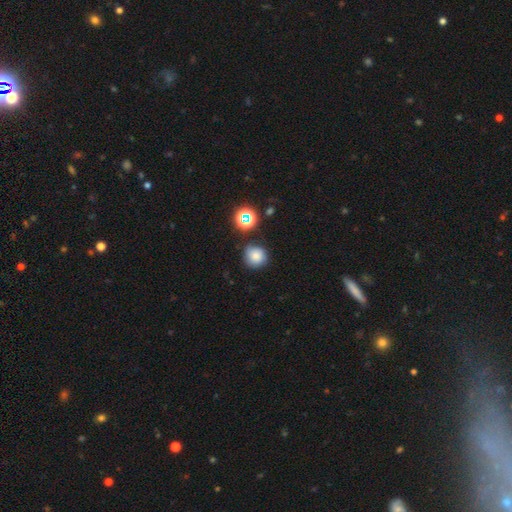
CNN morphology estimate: Smooth or featured?
  - smooth: 78% *
  - star or artifact: 15%
  - featured or disk: 7%
How rounded?
  - round: 91% *
  - in between: 8%
  - cigar-shaped: 1%
Merging?
  - none: 76% *
  - minor disturbance: 15%
  - merger: 5%
  - major disturbance: 4%